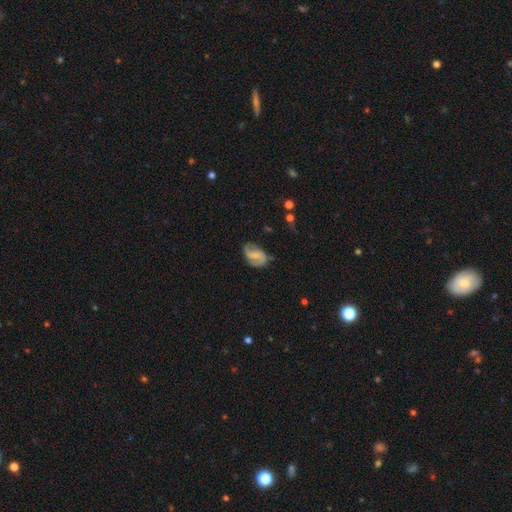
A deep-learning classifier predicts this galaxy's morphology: Smooth or featured? Predicted: featured or disk (p=0.64). Edge-on disk? Predicted: no (p=0.97). Bar? Predicted: weak (p=0.46). Spiral arms? Predicted: yes (p=0.89). Spiral winding? Predicted: medium (p=0.42). Spiral arm count? Predicted: 2 (p=0.80). Bulge size? Predicted: small (p=0.39). Merging? Predicted: none (p=0.59).